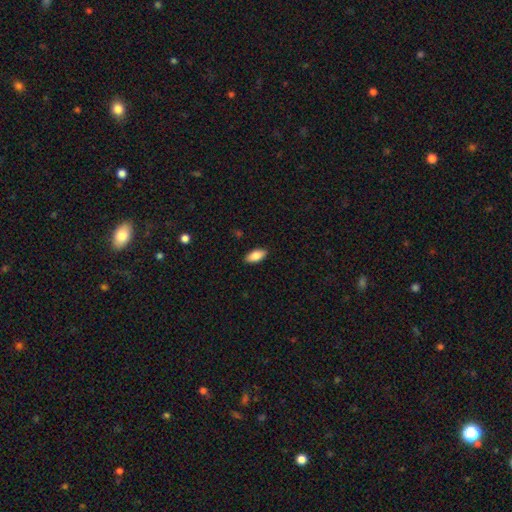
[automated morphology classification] A smooth galaxy with no disk features (87%) that is in between round and cigar-shaped (90%). Merging: none (89%).